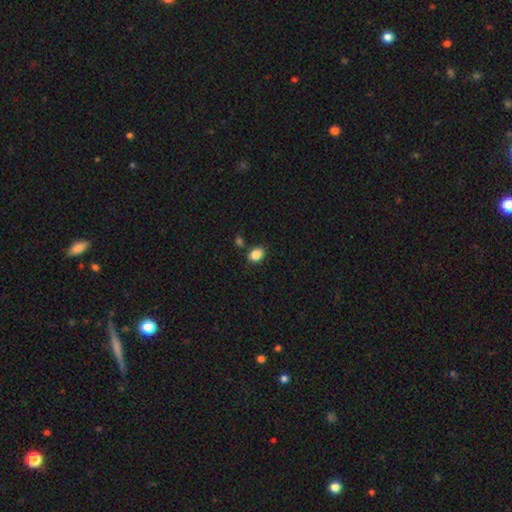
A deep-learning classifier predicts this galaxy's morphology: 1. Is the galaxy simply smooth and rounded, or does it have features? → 86% smooth, 10% star or artifact, 5% featured or disk.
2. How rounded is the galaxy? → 64% in between, 35% round, 1% cigar-shaped.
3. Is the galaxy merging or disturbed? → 74% none, 15% minor disturbance, 8% merger, 3% major disturbance.